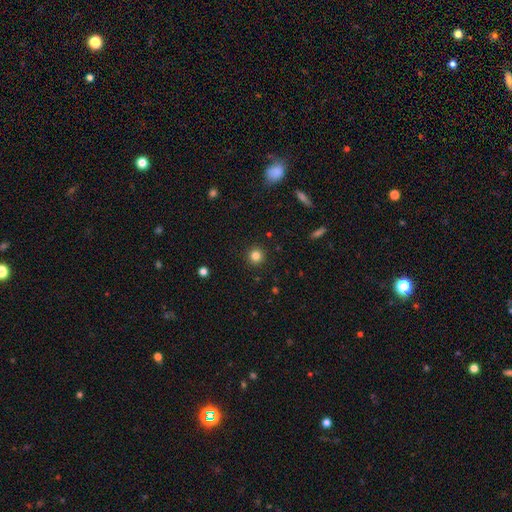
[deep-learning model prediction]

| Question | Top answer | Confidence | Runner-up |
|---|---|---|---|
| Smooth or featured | smooth | 83% | star or artifact (12%) |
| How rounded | round | 95% | in between (4%) |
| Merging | none | 92% | minor disturbance (5%) |